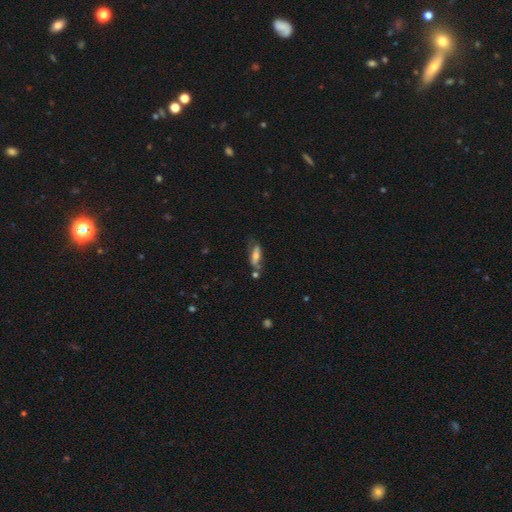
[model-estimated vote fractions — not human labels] Smooth or featured: smooth — 54% (featured or disk — 39%)
How rounded: in between — 63% (cigar-shaped — 34%)
Merging: none — 49% (minor disturbance — 24%)